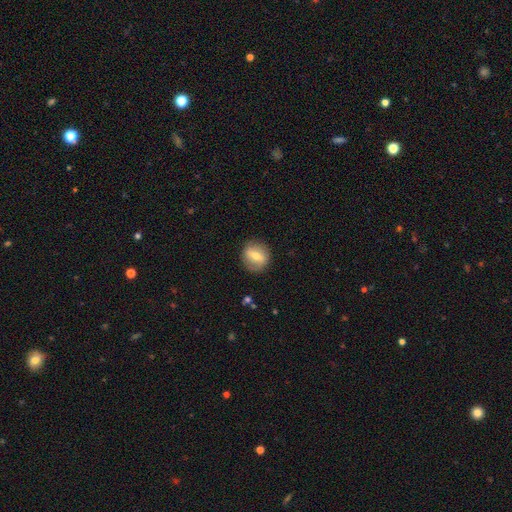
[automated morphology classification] smooth 52%, featured or disk 40%, star or artifact 8%. Down the decision tree: how rounded — round (79%); merging — none (86%).